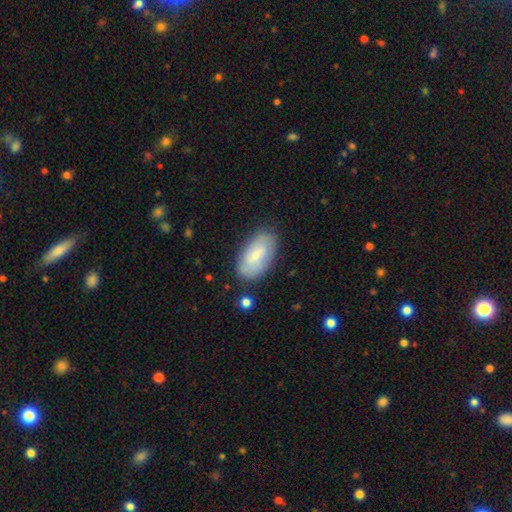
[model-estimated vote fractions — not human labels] Smooth or featured? Predicted: smooth (p=0.61). How rounded? Predicted: in between (p=0.94). Merging? Predicted: none (p=0.79).